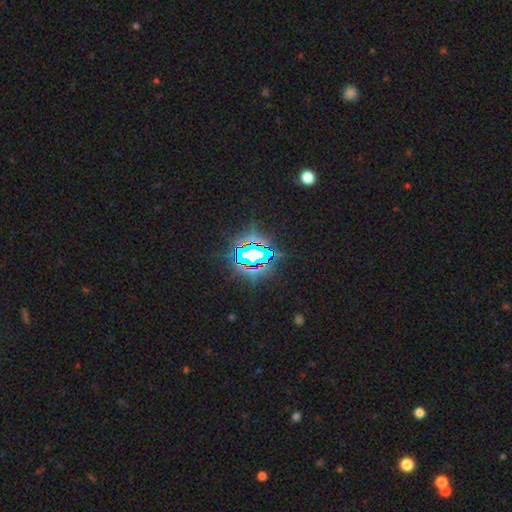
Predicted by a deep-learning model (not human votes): Overall: star or artifact (78%).